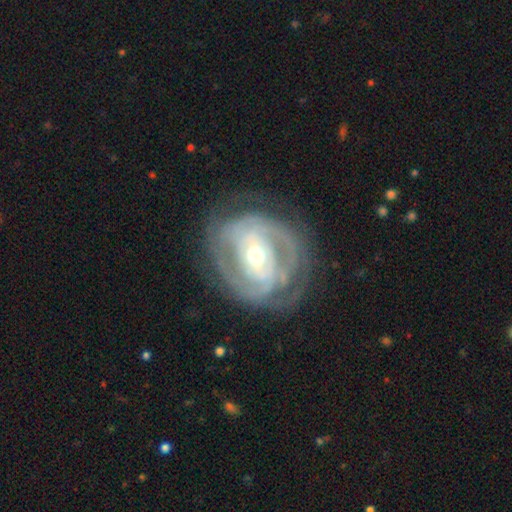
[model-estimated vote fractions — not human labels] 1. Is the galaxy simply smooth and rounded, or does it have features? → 86% featured or disk, 9% smooth, 5% star or artifact.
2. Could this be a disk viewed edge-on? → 97% no, 3% yes.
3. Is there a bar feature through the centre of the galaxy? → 38% weak, 34% no, 28% strong.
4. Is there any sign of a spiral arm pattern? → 89% yes, 11% no.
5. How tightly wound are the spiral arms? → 68% tight, 25% medium, 7% loose.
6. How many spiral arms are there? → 38% 2, 30% can't tell, 17% 3, 6% 4, 5% 1, 4% more than 4.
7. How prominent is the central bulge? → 66% moderate, 26% small, 6% large, 1% dominant, 1% none.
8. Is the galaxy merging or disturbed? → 71% none, 18% minor disturbance, 10% major disturbance, 1% merger.